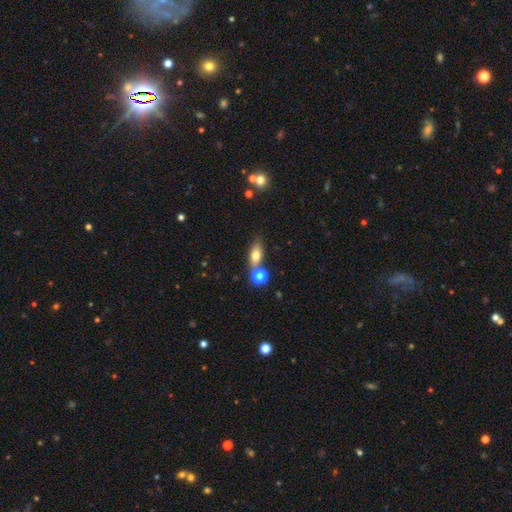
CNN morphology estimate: Smooth or featured?
  - smooth: 75% *
  - featured or disk: 15%
  - star or artifact: 11%
How rounded?
  - in between: 72% *
  - round: 16%
  - cigar-shaped: 12%
Merging?
  - none: 57% *
  - merger: 25%
  - minor disturbance: 13%
  - major disturbance: 5%